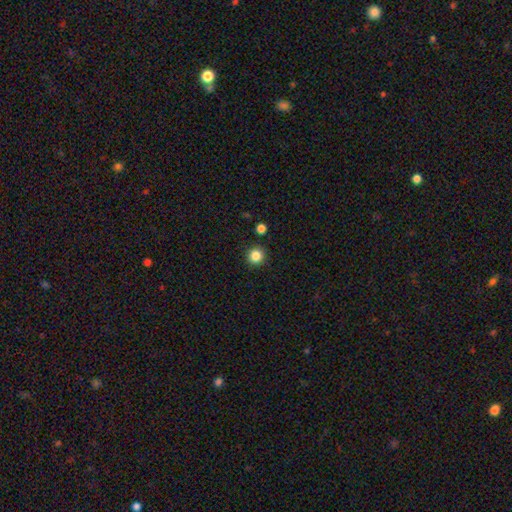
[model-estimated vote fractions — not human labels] This is clearly a smooth galaxy (85%). How rounded: clearly round (94%). Merging: clearly none (91%).